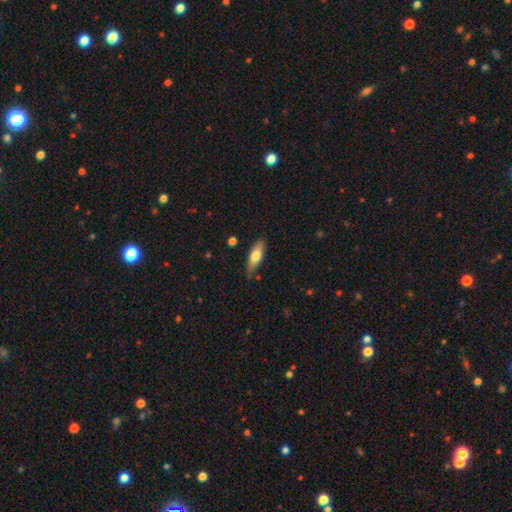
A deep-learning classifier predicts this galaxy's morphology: Smooth or featured: smooth — 67% (featured or disk — 27%)
How rounded: in between — 56% (cigar-shaped — 42%)
Merging: none — 77% (minor disturbance — 18%)